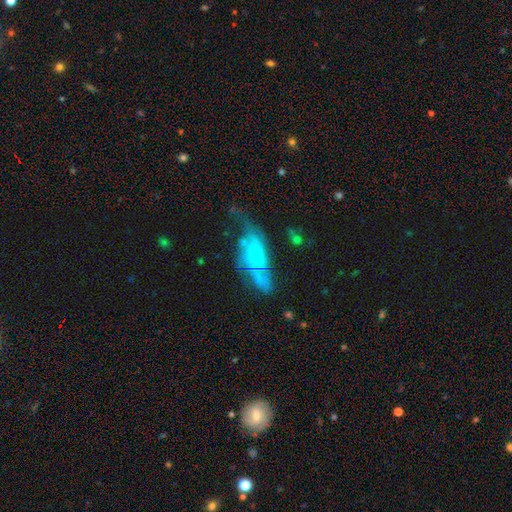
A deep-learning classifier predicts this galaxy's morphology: Smooth or featured? featured or disk (63%)
Edge-on disk? no (87%)
Bar? no (60%)
Spiral arms? yes (67%)
Bulge size? small (46%)
Merging? major disturbance (35%)